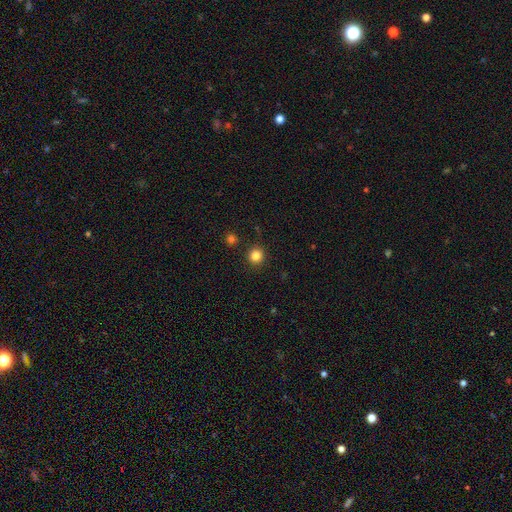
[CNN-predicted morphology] type=smooth (83%); roundness=round (94%); merging=none (91%).